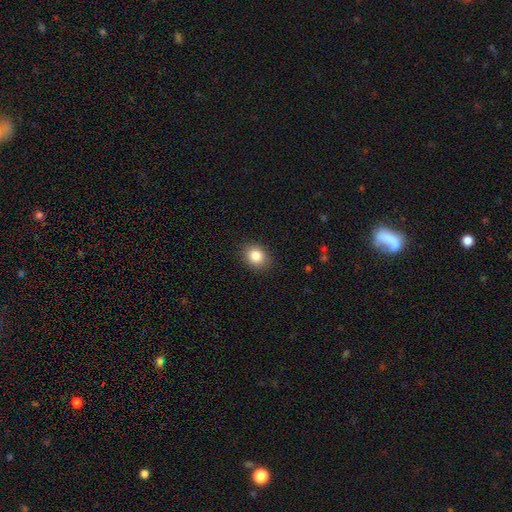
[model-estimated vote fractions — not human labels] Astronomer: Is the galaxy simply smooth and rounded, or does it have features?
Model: smooth — 86%.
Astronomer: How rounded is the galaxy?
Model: in between — 51% (runner-up: round, 48%).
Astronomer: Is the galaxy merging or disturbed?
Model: none — 88%.